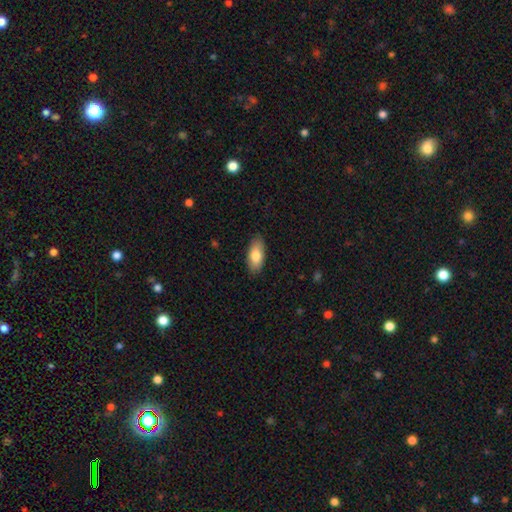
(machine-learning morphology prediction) Smooth or featured? smooth (80%)
How rounded? in between (88%)
Merging? none (87%)